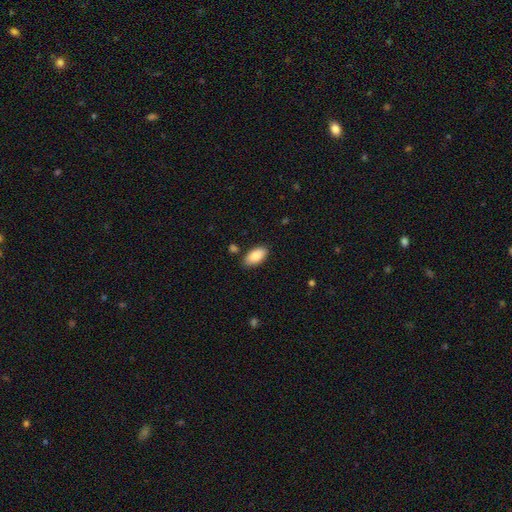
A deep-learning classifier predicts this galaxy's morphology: Smooth or featured? Predicted: smooth (p=0.86). How rounded? Predicted: in between (p=0.94). Merging? Predicted: none (p=0.85).